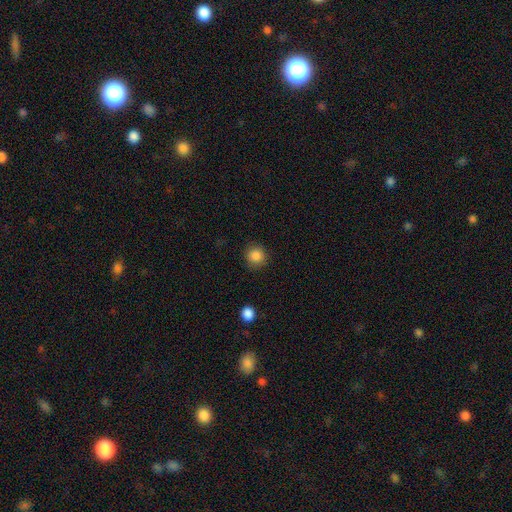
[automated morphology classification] Smooth or featured? smooth (86%)
How rounded? round (92%)
Merging? none (88%)